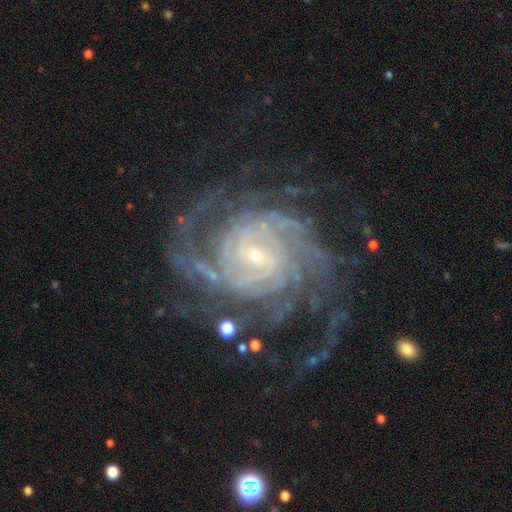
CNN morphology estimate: smooth_or_featured: featured or disk (p=0.91) [alt: star or artifact p=0.06]
disk_edge_on: no (p=0.98) [alt: yes p=0.02]
bar: no (p=0.46) [alt: weak p=0.39]
has_spiral_arms: yes (p=0.98) [alt: no p=0.02]
spiral_winding: tight (p=0.68) [alt: medium p=0.26]
spiral_arm_count: can't tell (p=0.22) [alt: 4 p=0.20]
bulge_size: small (p=0.80) [alt: moderate p=0.16]
merging: none (p=0.68) [alt: minor disturbance p=0.15]